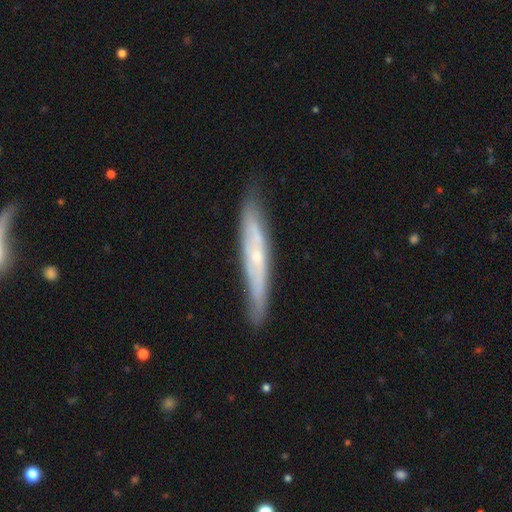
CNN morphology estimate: Smooth or featured?
  - featured or disk: 65% *
  - smooth: 29%
  - star or artifact: 6%
Edge-on disk?
  - yes: 74% *
  - no: 26%
Merging?
  - none: 81% *
  - minor disturbance: 15%
  - major disturbance: 3%
  - merger: 2%